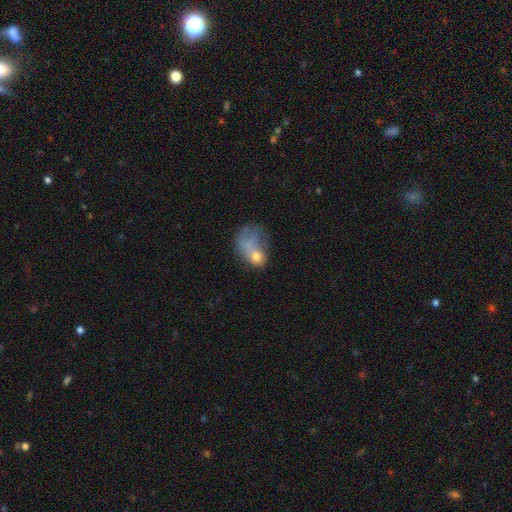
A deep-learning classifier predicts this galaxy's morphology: This is possibly a smooth galaxy (54%). How rounded: likely in between (67%). Merging: possibly major disturbance (45%).